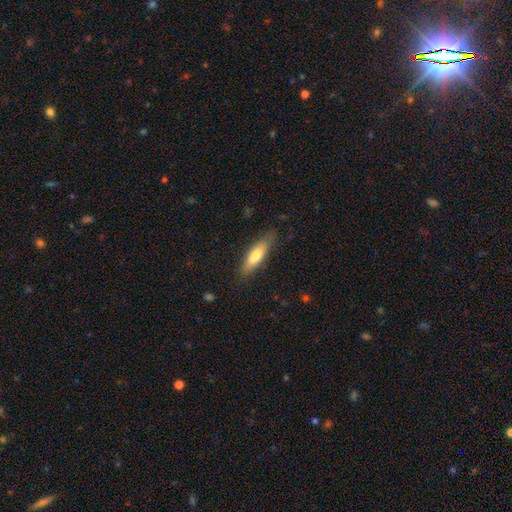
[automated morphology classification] A smooth galaxy with no disk features (68%) that is cigar-shaped (60%).

Vote fractions:
- Smooth or featured? smooth: 68% / featured or disk: 26% / star or artifact: 6%
- How rounded? cigar-shaped: 60% / in between: 38% / round: 2%
- Merging? none: 80% / minor disturbance: 15% / major disturbance: 3% / merger: 2%